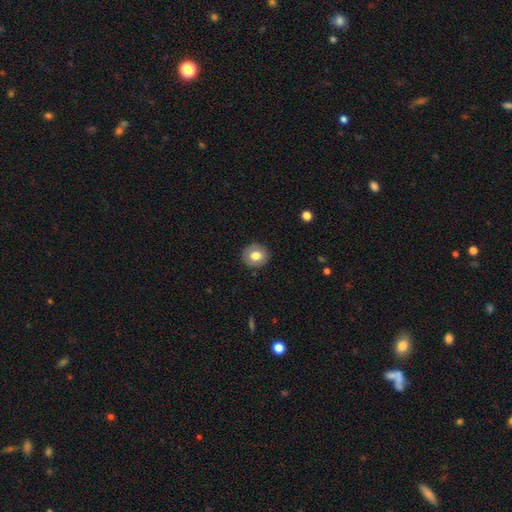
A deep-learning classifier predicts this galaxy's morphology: smooth_or_featured: smooth (p=0.76) [alt: featured or disk p=0.16]
how_rounded: round (p=0.80) [alt: in between p=0.19]
merging: none (p=0.88) [alt: minor disturbance p=0.09]